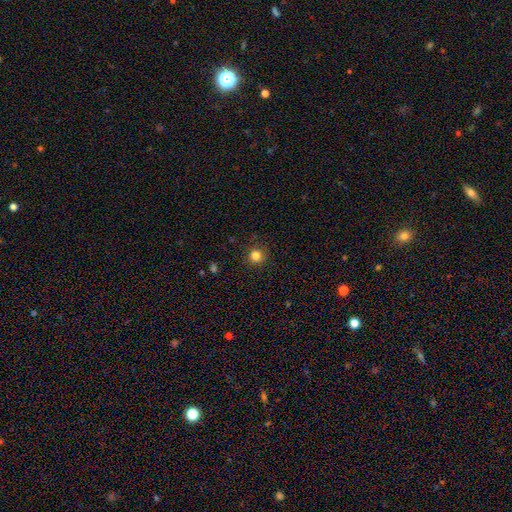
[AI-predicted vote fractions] Smooth or featured: smooth — 83% (star or artifact — 13%)
How rounded: round — 94% (in between — 5%)
Merging: none — 91% (minor disturbance — 6%)